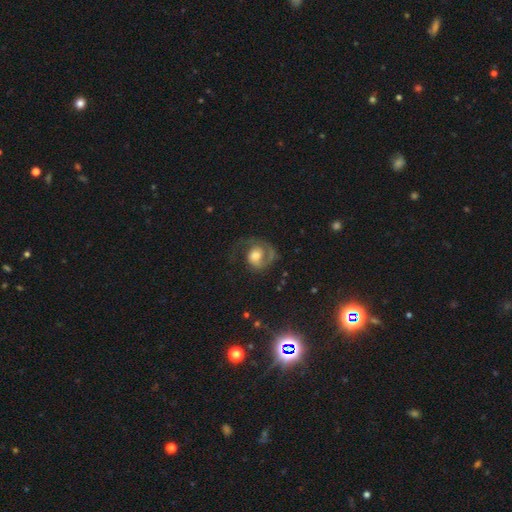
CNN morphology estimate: Smooth or featured? Predicted: featured or disk (p=0.70). Edge-on disk? Predicted: no (p=0.98). Bar? Predicted: no (p=0.70). Spiral arms? Predicted: yes (p=0.91). Spiral winding? Predicted: medium (p=0.42). Spiral arm count? Predicted: 1 (p=0.66). Bulge size? Predicted: moderate (p=0.48). Merging? Predicted: none (p=0.49).